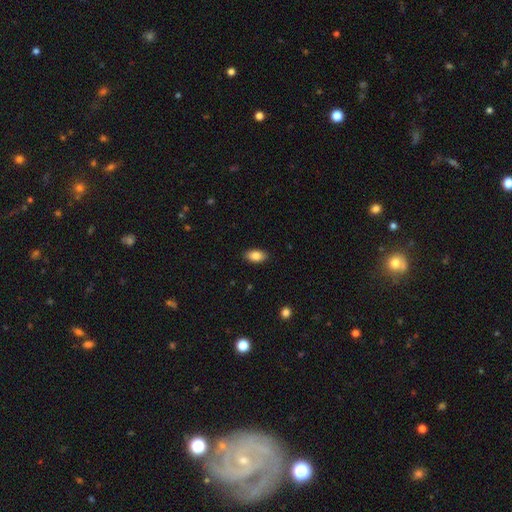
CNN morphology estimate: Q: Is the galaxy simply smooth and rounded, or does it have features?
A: smooth — 85%.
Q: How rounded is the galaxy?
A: in between — 92%.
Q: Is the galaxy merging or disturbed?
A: none — 89%.